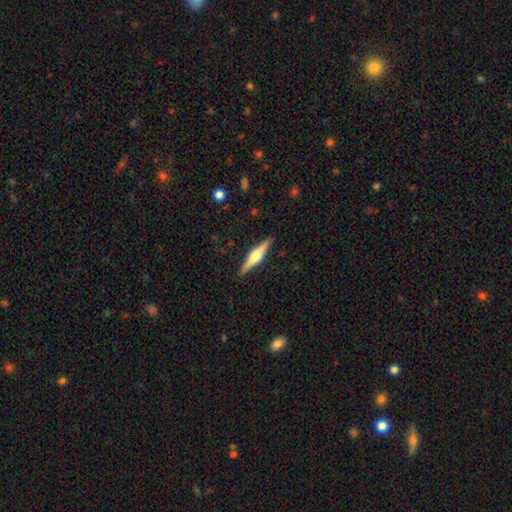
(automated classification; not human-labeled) This is likely a featured or disk galaxy (69%). It is clearly viewed edge-on (98%). Edge-on bulge: clearly rounded (89%). Merging: clearly none (91%).